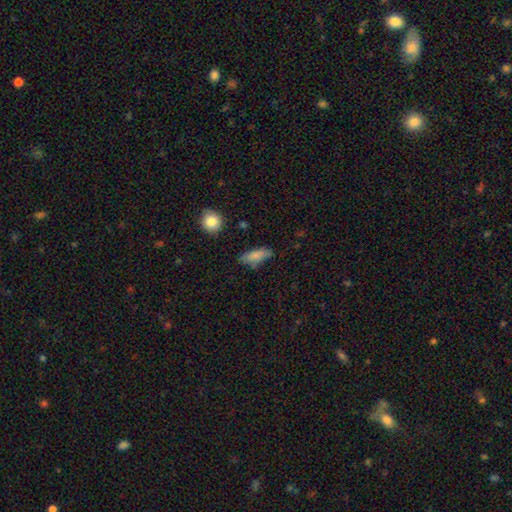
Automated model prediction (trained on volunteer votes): Q: Smooth or featured?
A: smooth (79%); runner-up: featured or disk (13%)
Q: How rounded?
A: in between (71%); runner-up: cigar-shaped (26%)
Q: Merging?
A: none (66%); runner-up: minor disturbance (24%)